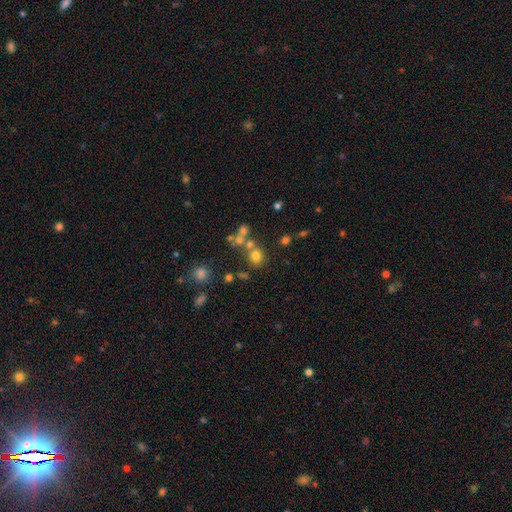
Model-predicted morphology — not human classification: A smooth galaxy with no disk features (67%) that is round (75%). Merging: none (57%).